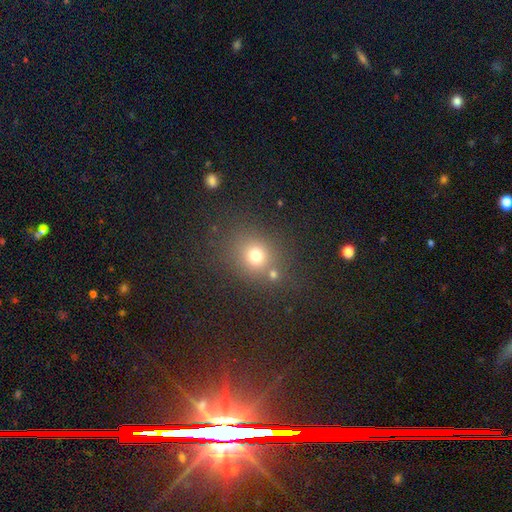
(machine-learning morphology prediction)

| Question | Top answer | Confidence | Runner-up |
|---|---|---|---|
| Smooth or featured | smooth | 72% | star or artifact (19%) |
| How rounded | round | 77% | in between (22%) |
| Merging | none | 67% | merger (16%) |